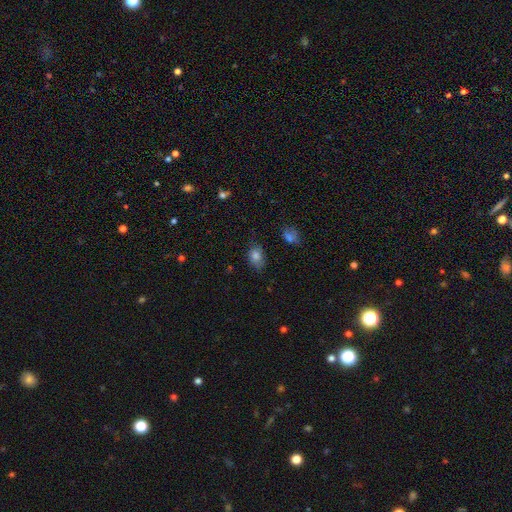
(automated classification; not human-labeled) smooth 80%, star or artifact 11%, featured or disk 9%. Down the decision tree: how rounded — in between (76%); merging — none (68%).